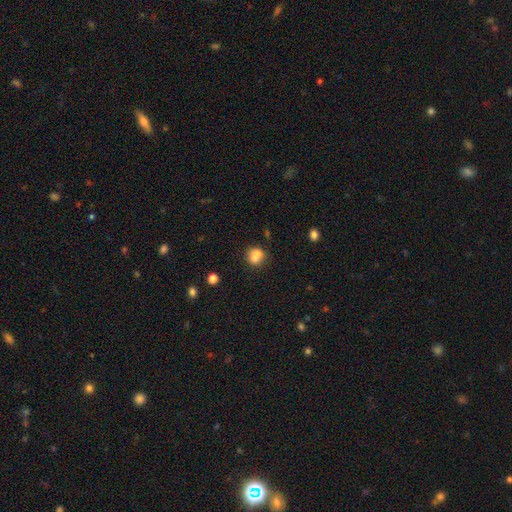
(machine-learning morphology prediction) Smooth or featured? smooth (73%)
How rounded? round (72%)
Merging? merger (49%)